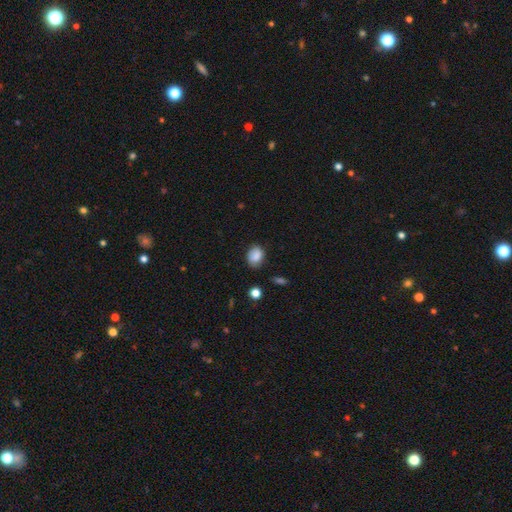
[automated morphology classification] A smooth galaxy with no disk features (84%) that is in between round and cigar-shaped (60%).

Vote fractions:
- Smooth or featured? smooth: 84% / star or artifact: 9% / featured or disk: 7%
- How rounded? in between: 60% / round: 38% / cigar-shaped: 1%
- Merging? none: 74% / minor disturbance: 20% / major disturbance: 4% / merger: 2%